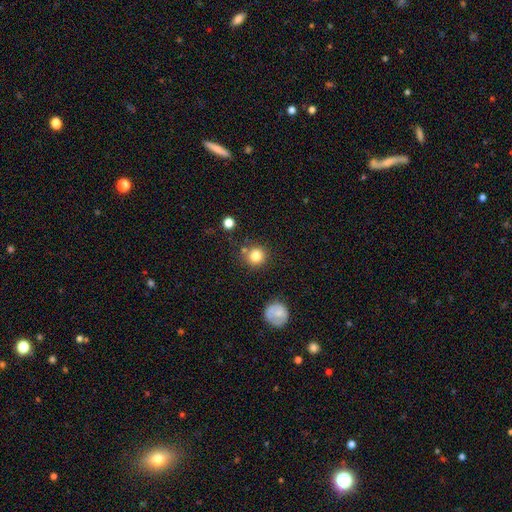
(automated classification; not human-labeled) A smooth galaxy with no disk features (82%) that is round (93%). Merging: none (78%).